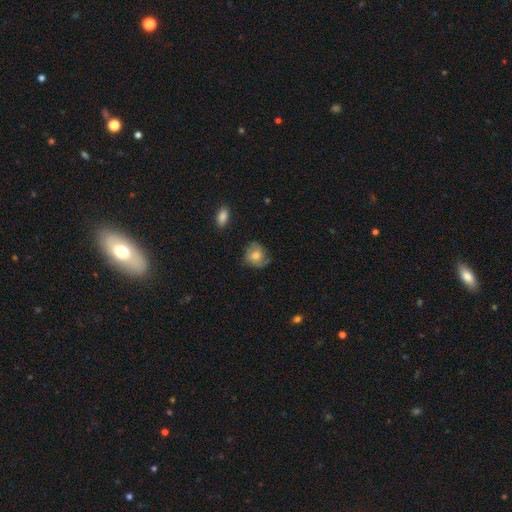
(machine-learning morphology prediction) This appears to be a smooth galaxy with no disk features (66%) that is round (71%). Merging: none (62%).